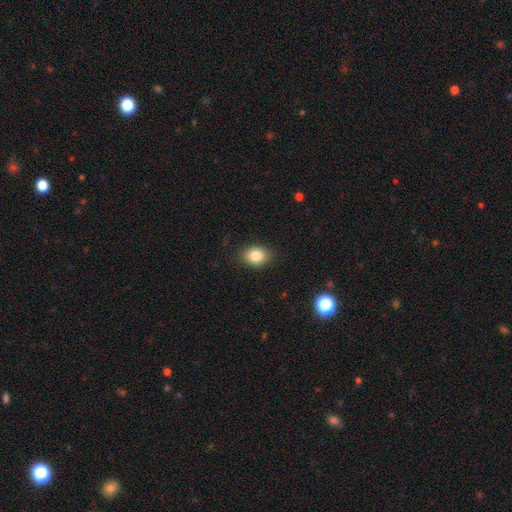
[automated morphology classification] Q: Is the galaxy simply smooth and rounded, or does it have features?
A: smooth — 83%.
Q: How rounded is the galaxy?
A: in between — 60%.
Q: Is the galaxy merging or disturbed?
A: none — 86%.